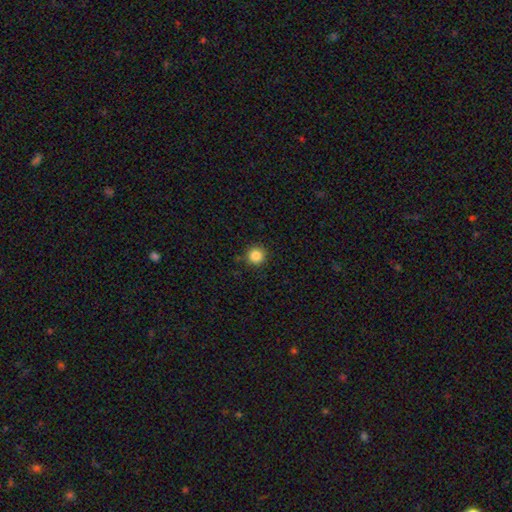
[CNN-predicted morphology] smooth-or-featured: smooth: 85% | star or artifact: 11% | featured or disk: 4%
  how-rounded: round: 95% | in between: 4% | cigar-shaped: 1%
  merging: none: 89% | minor disturbance: 7% | major disturbance: 2% | merger: 2%